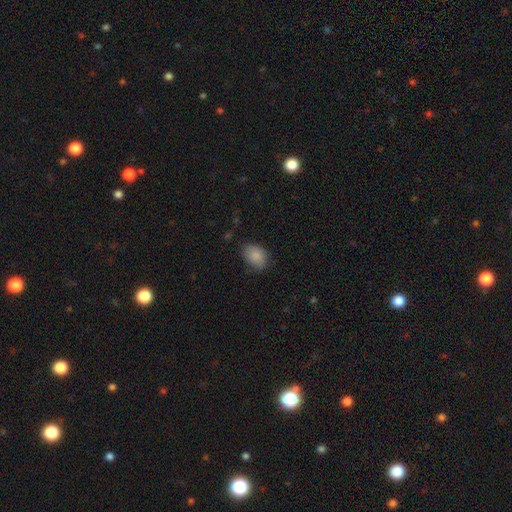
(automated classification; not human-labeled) A smooth galaxy with no disk features (88%) that is in between round and cigar-shaped (76%).

Vote fractions:
- Smooth or featured? smooth: 88% / star or artifact: 8% / featured or disk: 4%
- How rounded? in between: 76% / round: 23% / cigar-shaped: 1%
- Merging? none: 76% / minor disturbance: 19% / major disturbance: 4% / merger: 1%